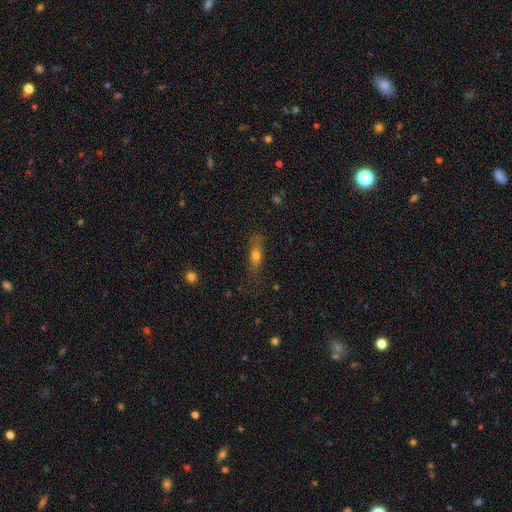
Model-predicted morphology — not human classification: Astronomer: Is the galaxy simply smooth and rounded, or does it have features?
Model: smooth — 66%.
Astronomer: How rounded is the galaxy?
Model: in between — 48% (runner-up: cigar-shaped, 46%).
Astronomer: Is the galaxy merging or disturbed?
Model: none — 68%.